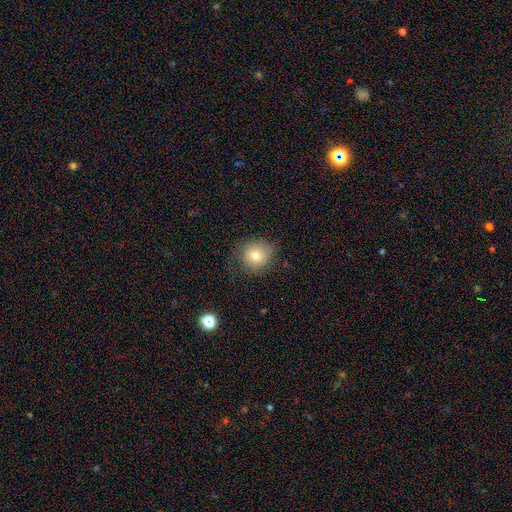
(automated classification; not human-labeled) smooth-or-featured: smooth: 76% | featured or disk: 13% | star or artifact: 11%
  how-rounded: round: 86% | in between: 14% | cigar-shaped: 1%
  merging: none: 72% | minor disturbance: 20% | major disturbance: 6% | merger: 1%